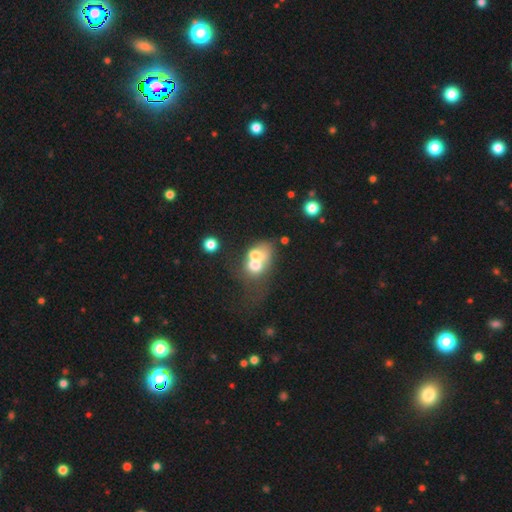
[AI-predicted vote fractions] Smooth or featured: smooth — 59% (featured or disk — 30%)
How rounded: in between — 60% (round — 39%)
Merging: merger — 67% (none — 15%)